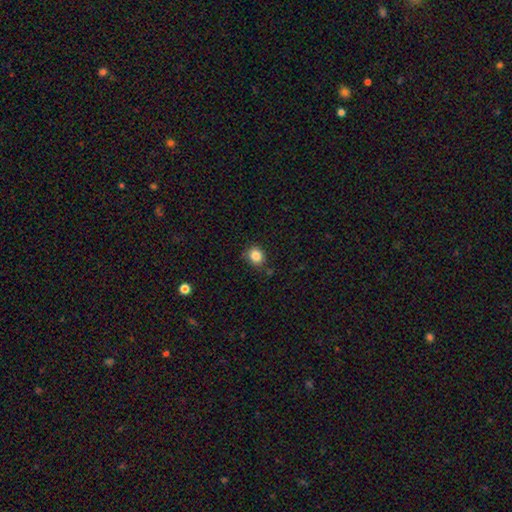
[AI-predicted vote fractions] The model was most divided on "how rounded": round: 76%, in between: 24%, cigar-shaped: 1%. More confident: smooth or featured — smooth (84%); merging — none (80%).